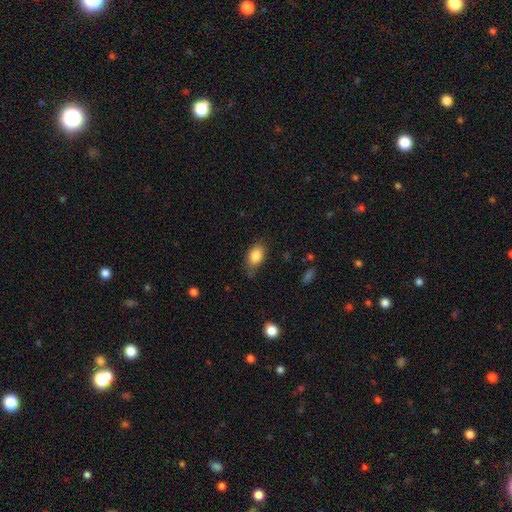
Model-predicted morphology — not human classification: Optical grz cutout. It shows a smooth galaxy with no disk features (85%) that is in between round and cigar-shaped (86%). Merging: none (67%).